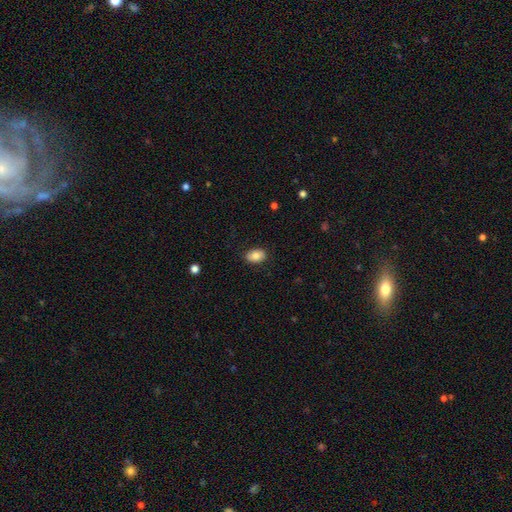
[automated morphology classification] Overall: smooth (82%). How rounded: in between (84%). Merging: none (87%).